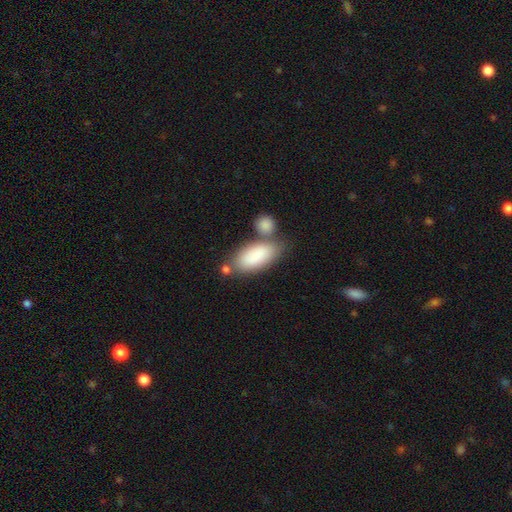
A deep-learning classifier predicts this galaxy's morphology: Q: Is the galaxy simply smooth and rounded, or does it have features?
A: smooth — 85%.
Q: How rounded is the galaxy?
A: in between — 87%.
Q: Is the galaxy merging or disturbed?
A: none — 54%.